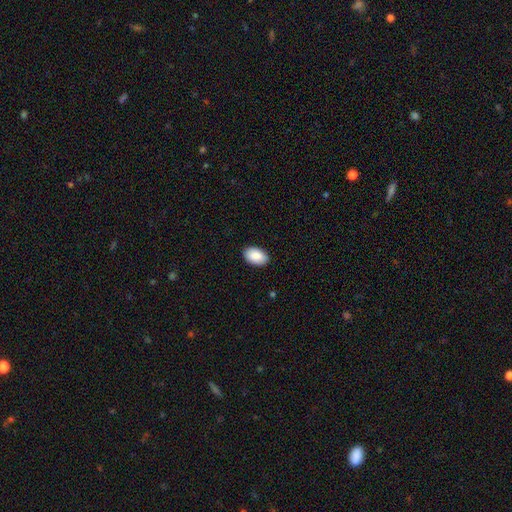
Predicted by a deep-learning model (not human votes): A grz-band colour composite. It shows a smooth galaxy with no disk features (90%) that is in between round and cigar-shaped (93%). Merging: none (89%).